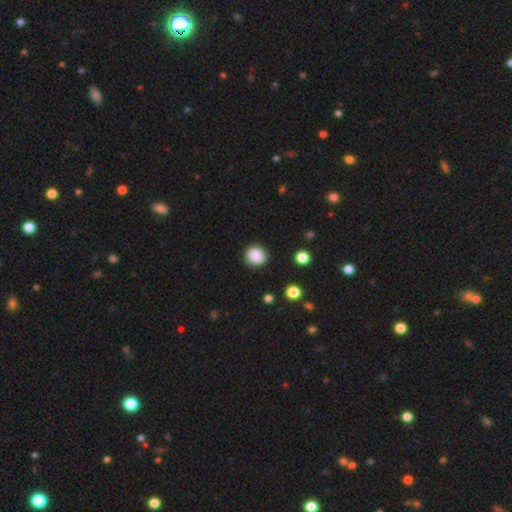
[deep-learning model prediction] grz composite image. It shows a smooth galaxy with no disk features (86%) that is round (90%). Merging: none (87%).